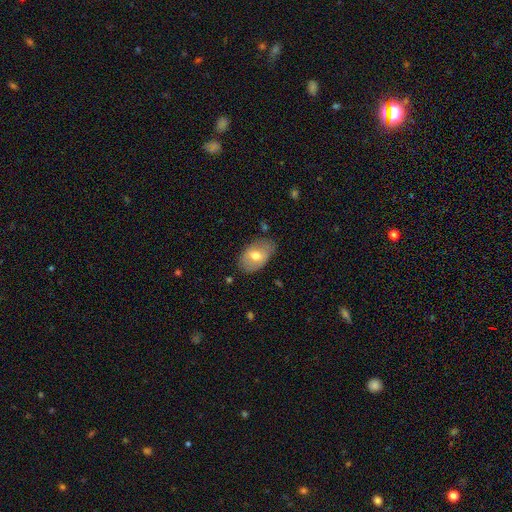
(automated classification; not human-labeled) Morphology: type=smooth (62%); roundness=in between (88%); merging=none (70%).